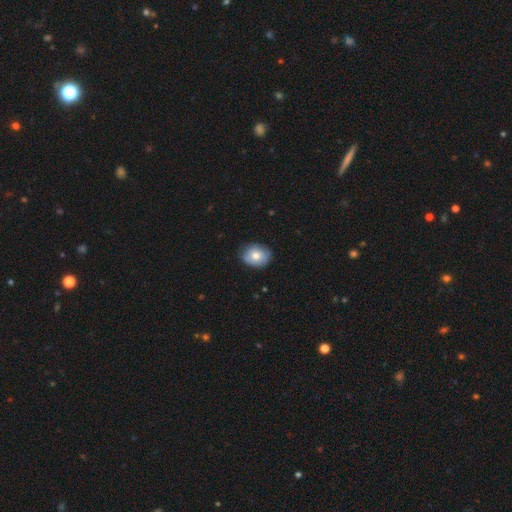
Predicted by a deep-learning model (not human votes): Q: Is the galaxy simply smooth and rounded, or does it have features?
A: smooth — 68%.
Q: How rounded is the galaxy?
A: round — 50%.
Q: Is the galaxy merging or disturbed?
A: none — 77%.